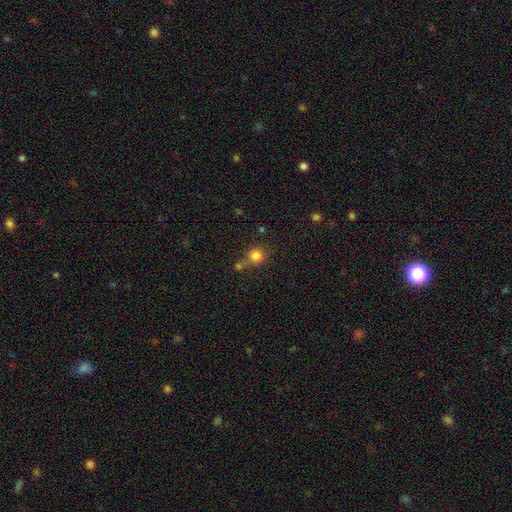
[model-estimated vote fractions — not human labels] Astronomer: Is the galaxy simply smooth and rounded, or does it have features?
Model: smooth — 82%.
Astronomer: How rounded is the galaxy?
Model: round — 89%.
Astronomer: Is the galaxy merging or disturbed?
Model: none — 54%.